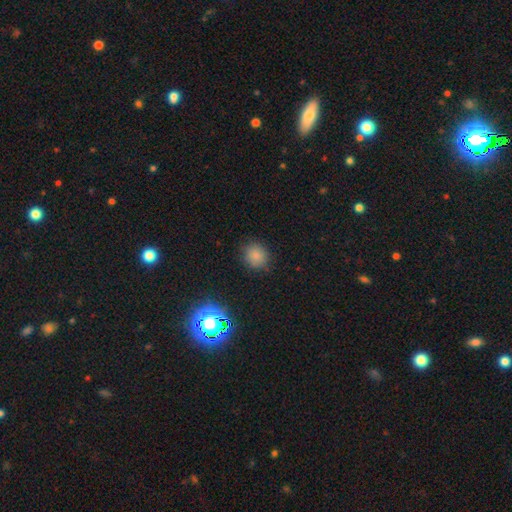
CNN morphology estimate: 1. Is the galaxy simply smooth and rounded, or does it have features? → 80% smooth, 14% star or artifact, 5% featured or disk.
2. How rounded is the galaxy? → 80% round, 19% in between, 1% cigar-shaped.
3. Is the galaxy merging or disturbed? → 84% none, 11% minor disturbance, 3% major disturbance, 1% merger.